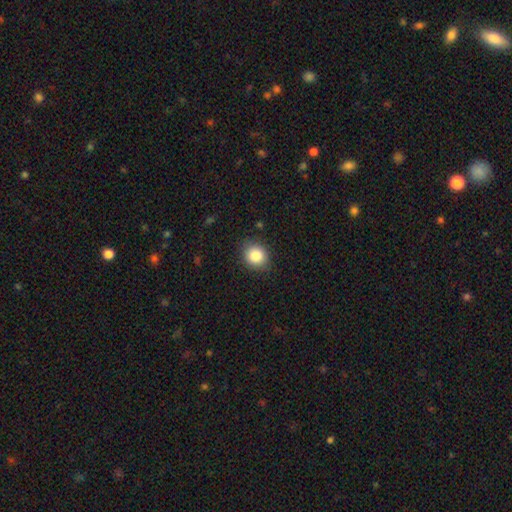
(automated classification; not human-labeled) Morphology: type=smooth (85%); roundness=round (71%); merging=none (87%).